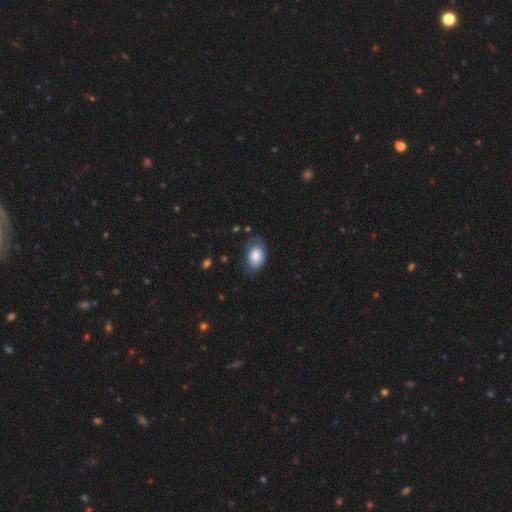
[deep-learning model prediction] smooth-or-featured: smooth: 80% | featured or disk: 14% | star or artifact: 6%
  how-rounded: in between: 90% | round: 9% | cigar-shaped: 1%
  merging: none: 59% | minor disturbance: 29% | major disturbance: 11% | merger: 2%